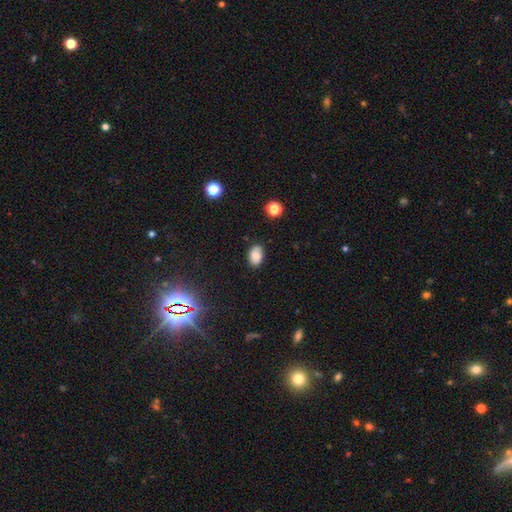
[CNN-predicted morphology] Smooth or featured: smooth — 78% (featured or disk — 11%)
How rounded: in between — 86% (round — 12%)
Merging: none — 79% (minor disturbance — 16%)